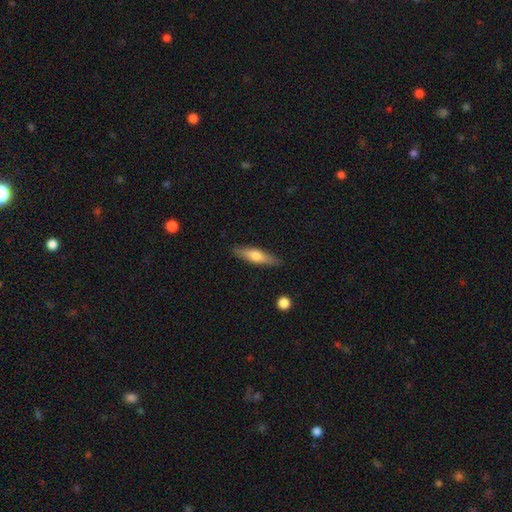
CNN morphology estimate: This is likely a smooth galaxy (60%). How rounded: likely cigar-shaped (69%). Merging: clearly none (86%).